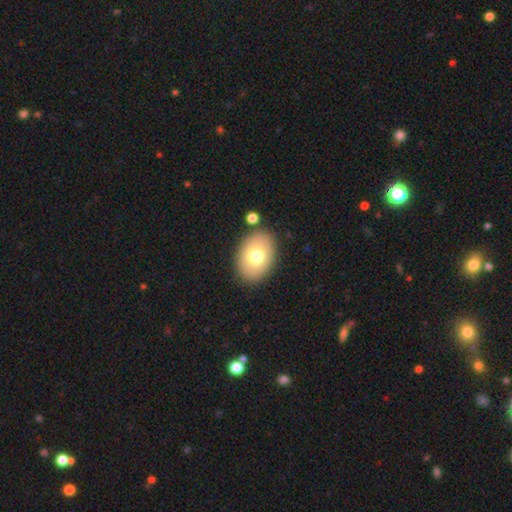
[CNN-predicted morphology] Smooth or featured? smooth (74%)
How rounded? in between (80%)
Merging? none (85%)